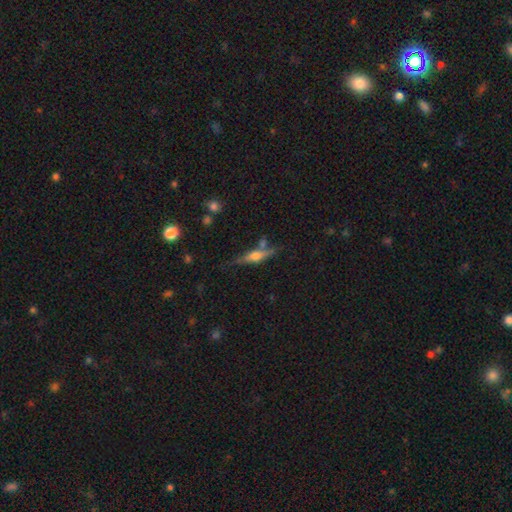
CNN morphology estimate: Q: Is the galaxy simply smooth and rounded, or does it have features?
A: featured or disk — 54%.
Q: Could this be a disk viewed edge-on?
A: yes — 91%.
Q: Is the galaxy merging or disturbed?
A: none — 64%.